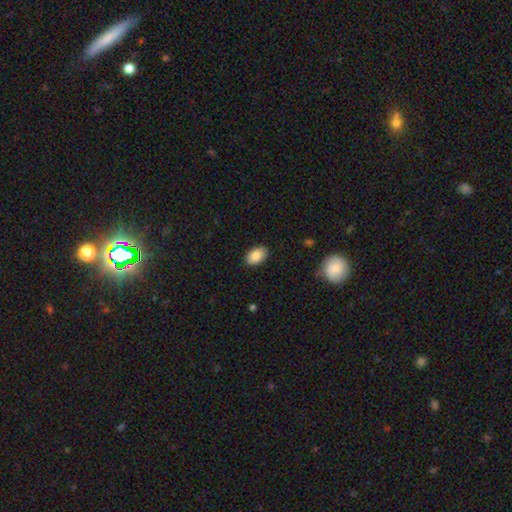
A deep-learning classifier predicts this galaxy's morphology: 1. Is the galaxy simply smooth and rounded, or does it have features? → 86% smooth, 7% star or artifact, 7% featured or disk.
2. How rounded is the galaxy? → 90% in between, 8% round, 1% cigar-shaped.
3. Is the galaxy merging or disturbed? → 88% none, 9% minor disturbance, 2% major disturbance, 1% merger.